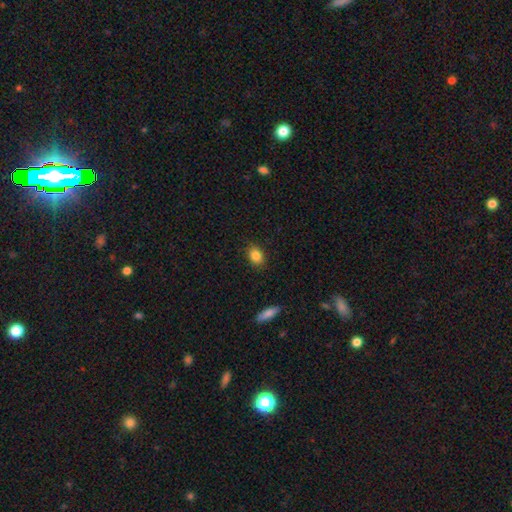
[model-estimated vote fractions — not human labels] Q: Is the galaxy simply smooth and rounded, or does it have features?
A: smooth — 85%.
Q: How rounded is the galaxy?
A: in between — 67%.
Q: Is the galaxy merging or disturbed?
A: none — 88%.